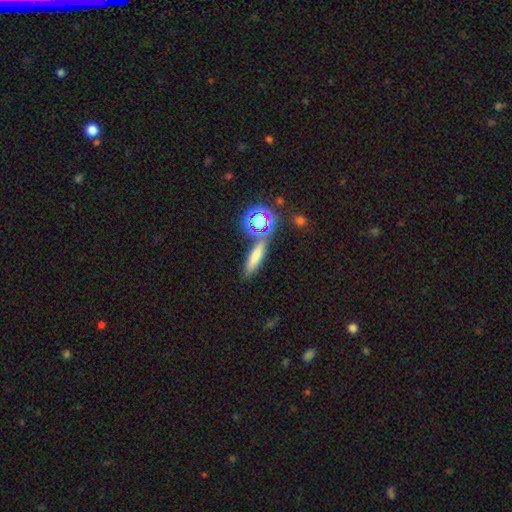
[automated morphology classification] The model was most divided on "how rounded": cigar-shaped: 65%, in between: 25%, round: 9%. More confident: merging — none (76%); smooth or featured — smooth (66%).